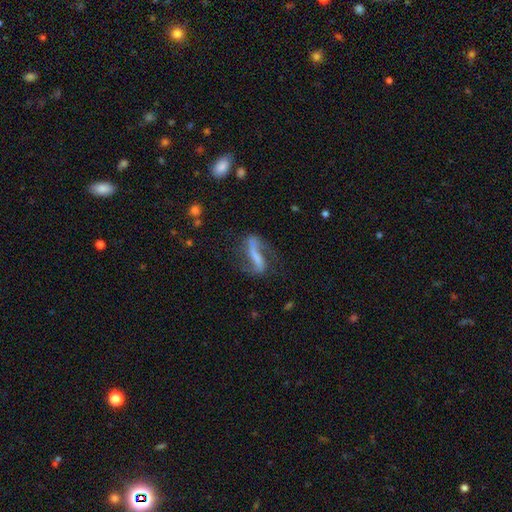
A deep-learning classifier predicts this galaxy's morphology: Smooth or featured? Predicted: featured or disk (p=0.74). Edge-on disk? Predicted: no (p=0.85). Bar? Predicted: strong (p=0.59). Spiral arms? Predicted: yes (p=0.88). Spiral winding? Predicted: loose (p=0.75). Spiral arm count? Predicted: 2 (p=0.86). Bulge size? Predicted: none (p=0.52). Merging? Predicted: none (p=0.60).